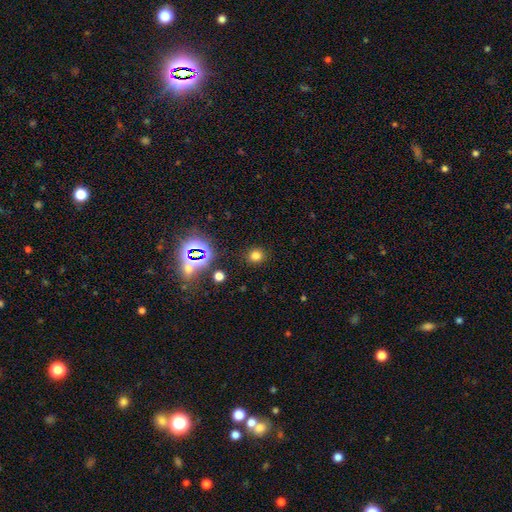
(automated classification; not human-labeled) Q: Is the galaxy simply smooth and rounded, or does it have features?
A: smooth — 72%.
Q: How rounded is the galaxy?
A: round — 85%.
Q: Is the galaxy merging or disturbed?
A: none — 88%.